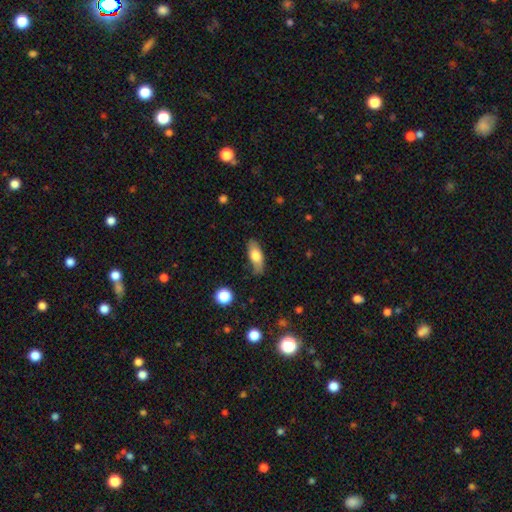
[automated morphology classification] The model was most divided on "smooth or featured": smooth: 72%, featured or disk: 21%, star or artifact: 7%. More confident: how rounded — in between (76%); merging — none (72%).